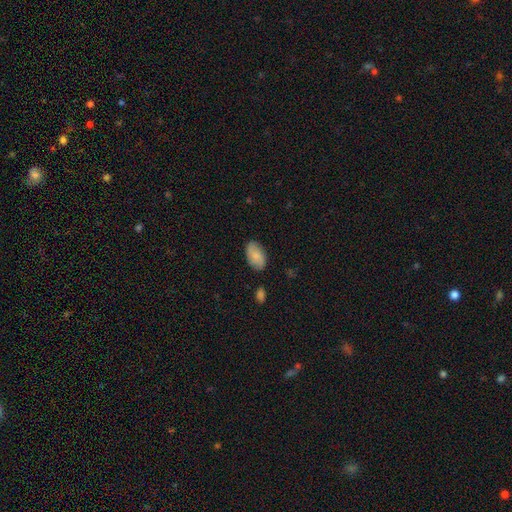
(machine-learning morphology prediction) smooth 74%, featured or disk 19%, star or artifact 7%. Down the decision tree: how rounded — in between (94%); merging — none (82%).